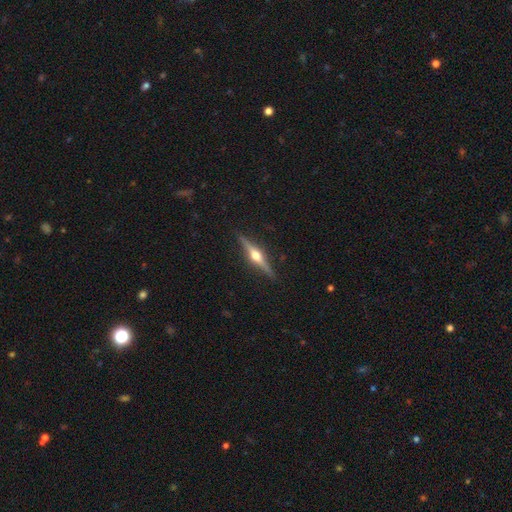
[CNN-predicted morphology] Overall: featured or disk (80%). Edge-on disk: yes (98%). Edge-on bulge: rounded (96%). Merging: none (90%).